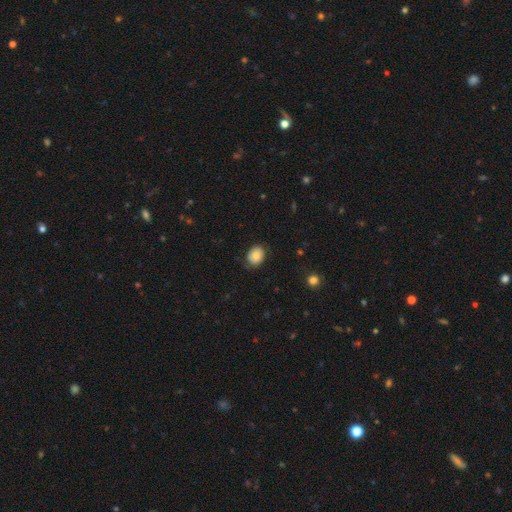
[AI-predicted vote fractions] Smooth or featured: smooth — 82% (featured or disk — 10%)
How rounded: round — 50% (in between — 49%)
Merging: none — 77% (minor disturbance — 18%)